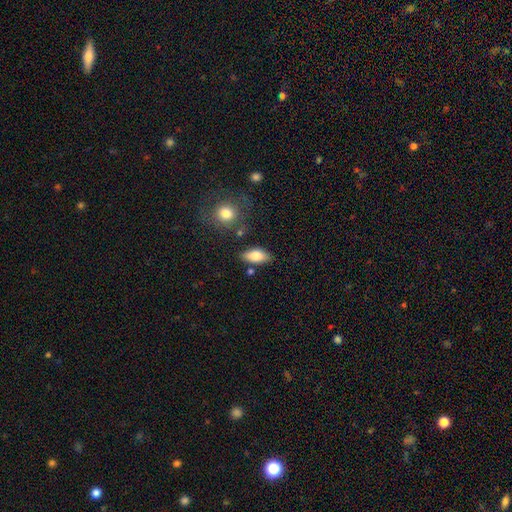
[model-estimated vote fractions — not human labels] A smooth galaxy with no disk features (82%) that is in between round and cigar-shaped (87%). Merging: none (76%).